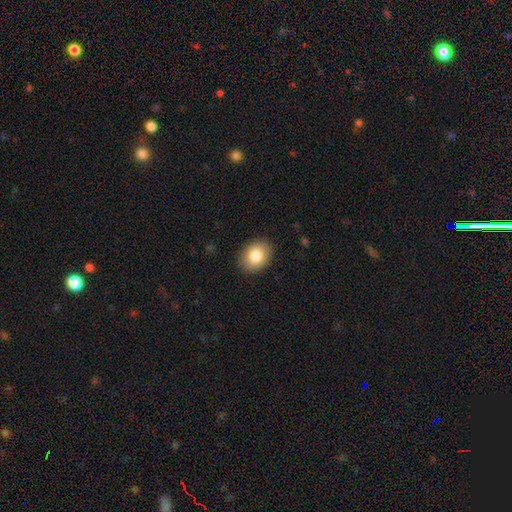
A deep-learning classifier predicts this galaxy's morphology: smooth-or-featured: smooth: 84% | featured or disk: 8% | star or artifact: 8%
  how-rounded: in between: 65% | round: 34% | cigar-shaped: 1%
  merging: none: 88% | minor disturbance: 9% | major disturbance: 2% | merger: 1%